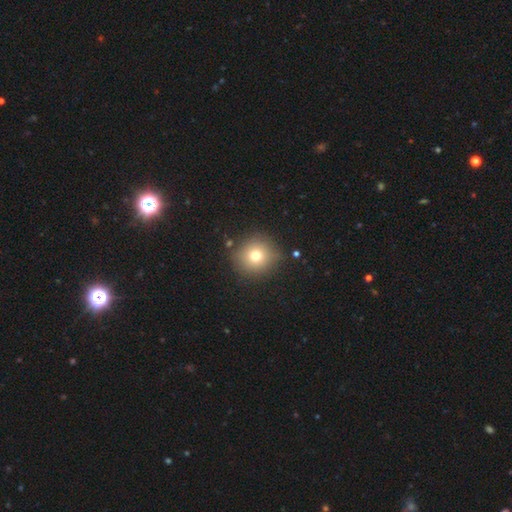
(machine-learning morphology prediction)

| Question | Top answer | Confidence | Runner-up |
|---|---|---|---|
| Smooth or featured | smooth | 74% | star or artifact (14%) |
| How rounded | round | 91% | in between (8%) |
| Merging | none | 86% | minor disturbance (9%) |